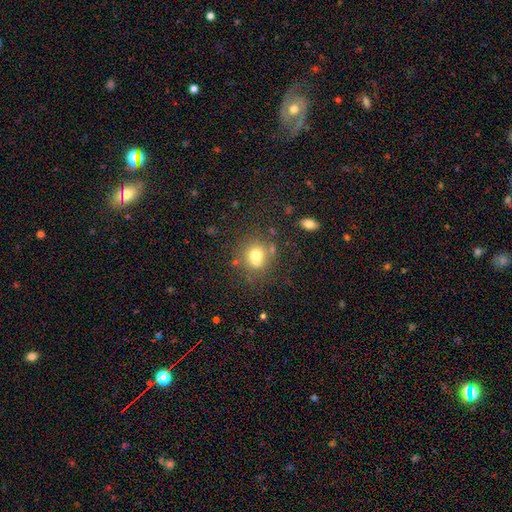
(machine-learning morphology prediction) The model was most divided on "merging": none: 47%, merger: 37%, minor disturbance: 10%, major disturbance: 5%. More confident: how rounded — round (82%); smooth or featured — smooth (66%).